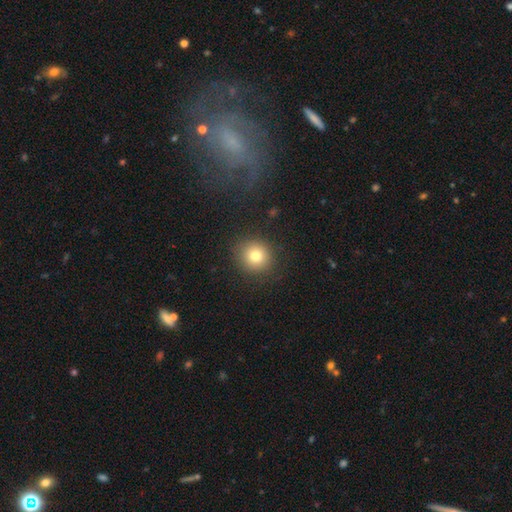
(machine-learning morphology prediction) This appears to be a smooth galaxy with no disk features (78%) that is round (90%). Merging: none (88%).